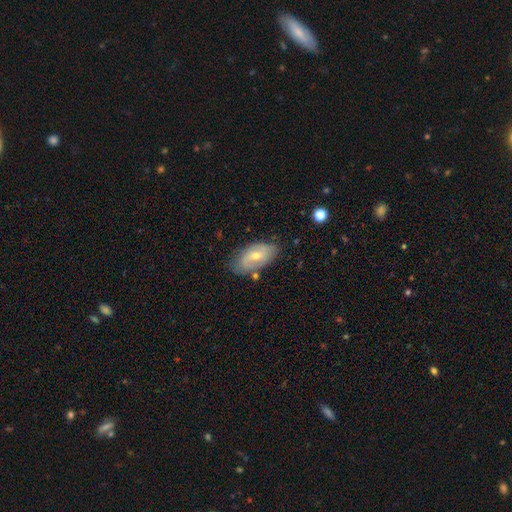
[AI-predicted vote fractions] Smooth or featured? Predicted: featured or disk (p=0.59). Edge-on disk? Predicted: no (p=0.91). Bar? Predicted: weak (p=0.45). Spiral arms? Predicted: yes (p=0.71). Bulge size? Predicted: moderate (p=0.50). Merging? Predicted: none (p=0.73).